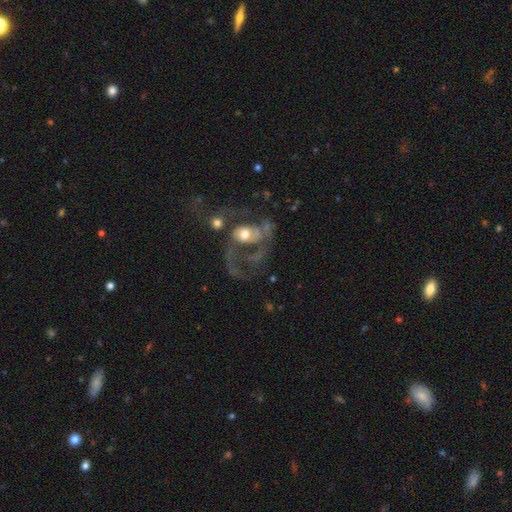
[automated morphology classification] Smooth or featured? Predicted: featured or disk (p=0.75). Edge-on disk? Predicted: no (p=0.96). Bar? Predicted: no (p=0.55). Spiral arms? Predicted: yes (p=0.72). Spiral winding? Predicted: loose (p=0.47). Spiral arm count? Predicted: 2 (p=0.46). Bulge size? Predicted: moderate (p=0.62). Merging? Predicted: major disturbance (p=0.38).